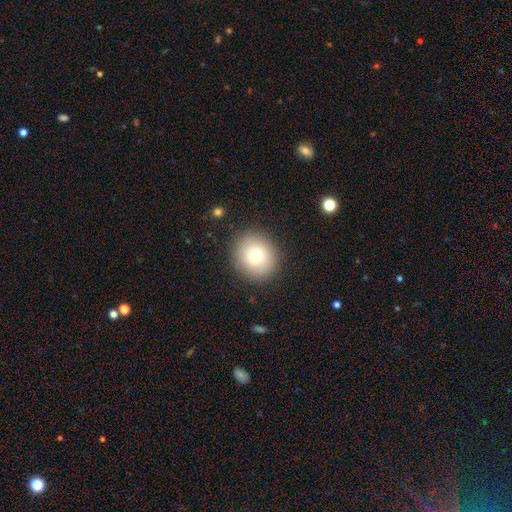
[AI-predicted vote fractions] A smooth galaxy with no disk features (75%) that is round (88%). Merging: none (88%).